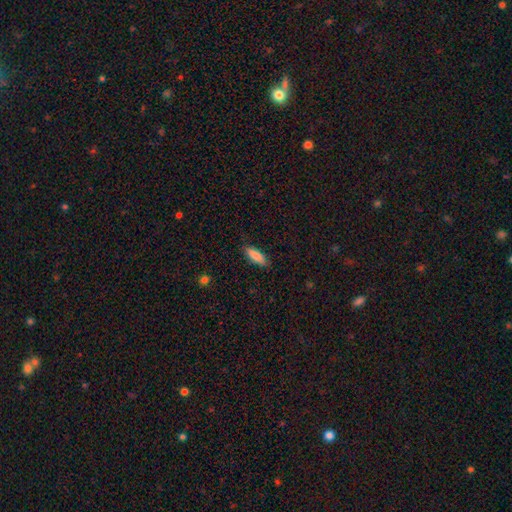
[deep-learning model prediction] A smooth galaxy with no disk features (87%) that is in between round and cigar-shaped (58%).

Vote fractions:
- Smooth or featured? smooth: 87% / featured or disk: 7% / star or artifact: 6%
- How rounded? in between: 58% / cigar-shaped: 41% / round: 2%
- Merging? none: 85% / minor disturbance: 11% / major disturbance: 2% / merger: 1%